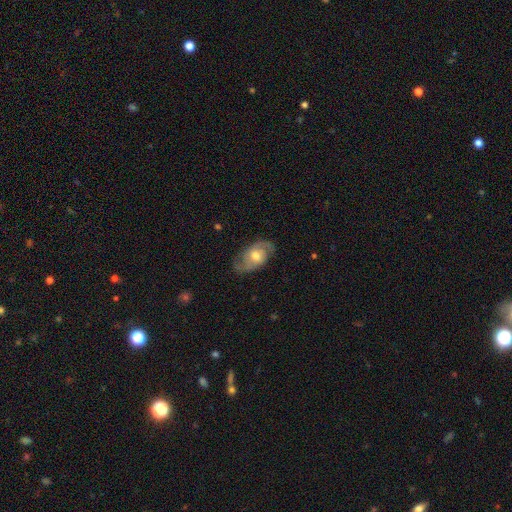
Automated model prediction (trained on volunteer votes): A featured or disk galaxy (74%) with no bar (62%), 2 (85%) medium (48%) spiral arms (89%) and a moderate central bulge (70%).

Vote fractions:
- Smooth or featured? featured or disk: 74% / smooth: 20% / star or artifact: 6%
- Edge-on disk? no: 94% / yes: 6%
- Bar? no: 62% / weak: 32% / strong: 6%
- Spiral arms? yes: 89% / no: 11%
- Spiral winding? medium: 48% / tight: 28% / loose: 24%
- Spiral arm count? 2: 85% / can't tell: 8% / 1: 3% / 3: 2% / 4: 1% / more than 4: 1%
- Bulge size? moderate: 70% / small: 17% / large: 11% / none: 1% / dominant: 1%
- Merging? none: 75% / minor disturbance: 17% / major disturbance: 6% / merger: 1%